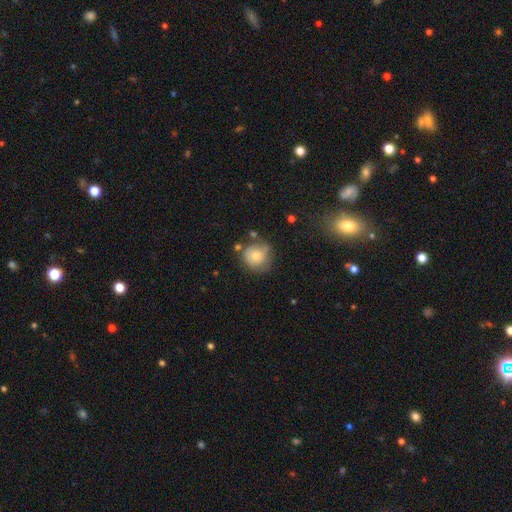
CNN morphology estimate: Q: Smooth or featured?
A: smooth (69%); runner-up: featured or disk (22%)
Q: How rounded?
A: round (86%); runner-up: in between (13%)
Q: Merging?
A: none (57%); runner-up: minor disturbance (27%)